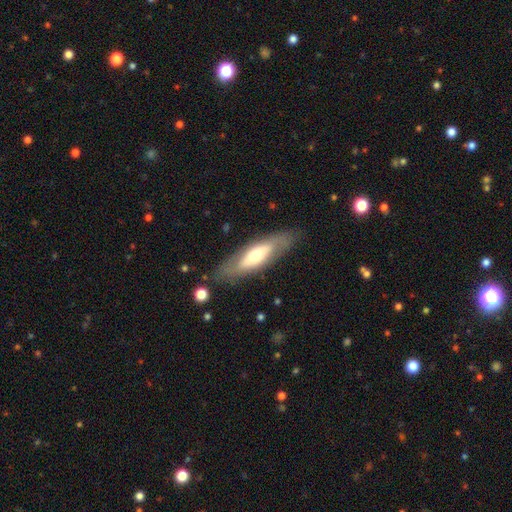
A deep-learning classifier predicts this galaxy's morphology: Smooth or featured? featured or disk (48%)
Merging? none (81%)